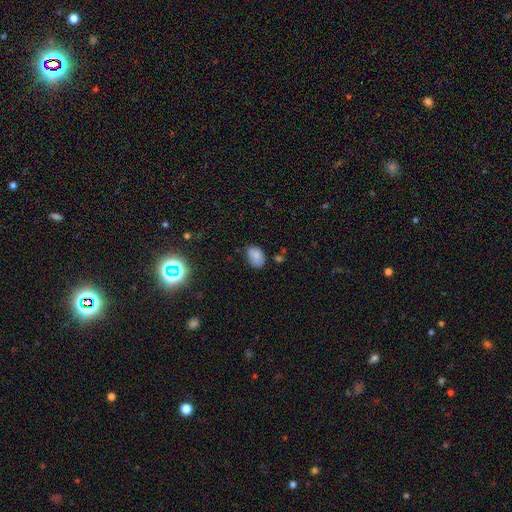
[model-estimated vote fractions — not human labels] This is clearly a smooth galaxy (81%). How rounded: clearly in between (83%). Merging: likely none (68%).